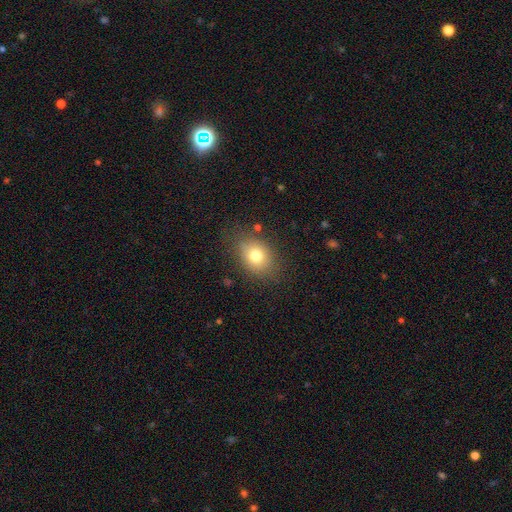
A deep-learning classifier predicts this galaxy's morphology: smooth 76%, featured or disk 13%, star or artifact 11%. Down the decision tree: how rounded — in between (60%); merging — none (78%).